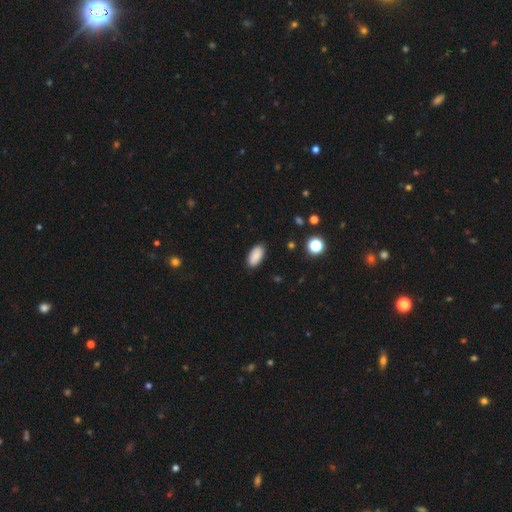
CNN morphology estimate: Q: Smooth or featured?
A: smooth (87%); runner-up: star or artifact (8%)
Q: How rounded?
A: in between (92%); runner-up: cigar-shaped (5%)
Q: Merging?
A: none (88%); runner-up: minor disturbance (9%)